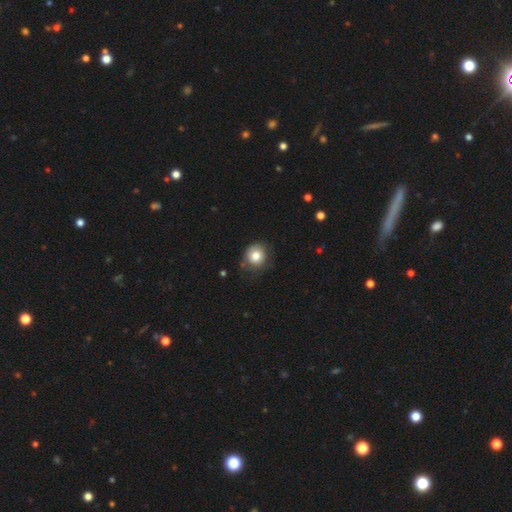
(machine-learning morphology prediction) Smooth or featured? Predicted: smooth (p=0.80). How rounded? Predicted: round (p=0.82). Merging? Predicted: none (p=0.68).